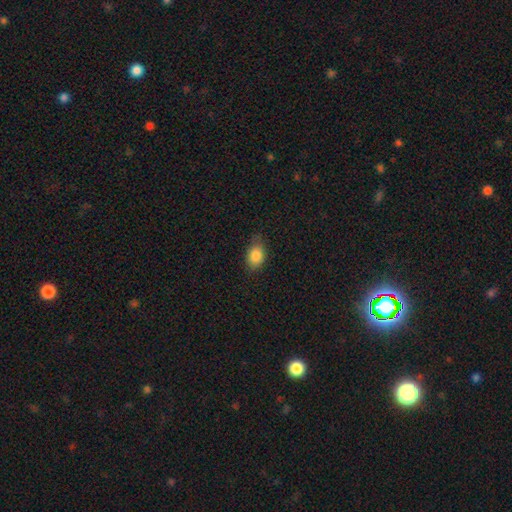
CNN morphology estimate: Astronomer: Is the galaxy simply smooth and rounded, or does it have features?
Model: smooth — 85%.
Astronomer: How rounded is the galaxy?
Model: in between — 79%.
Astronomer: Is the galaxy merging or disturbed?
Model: none — 67%.